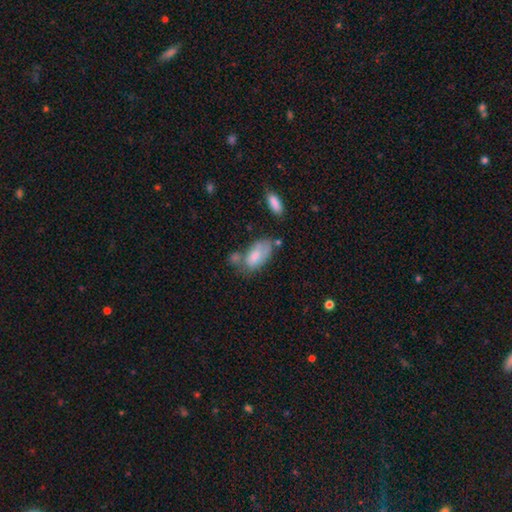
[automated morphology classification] A smooth galaxy with no disk features (74%) that is in between round and cigar-shaped (92%).

Vote fractions:
- Smooth or featured? smooth: 74% / featured or disk: 19% / star or artifact: 7%
- How rounded? in between: 92% / cigar-shaped: 5% / round: 3%
- Merging? none: 34% / minor disturbance: 26% / merger: 23% / major disturbance: 16%